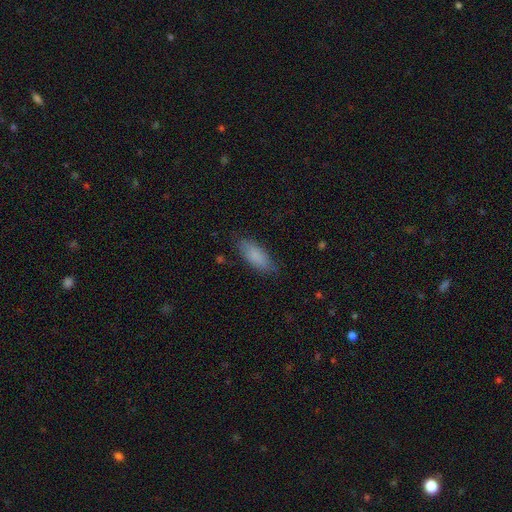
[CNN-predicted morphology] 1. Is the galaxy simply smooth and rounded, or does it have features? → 85% smooth, 8% featured or disk, 6% star or artifact.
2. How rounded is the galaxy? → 73% in between, 25% cigar-shaped, 2% round.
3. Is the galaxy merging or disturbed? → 80% none, 15% minor disturbance, 3% major disturbance, 1% merger.